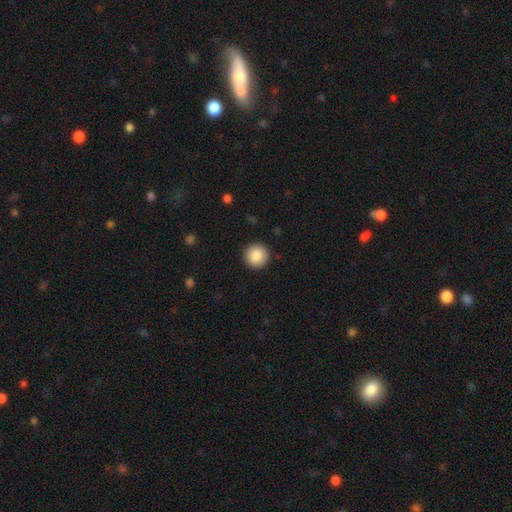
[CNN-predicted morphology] smooth 87%, star or artifact 8%, featured or disk 5%. Down the decision tree: how rounded — round (96%); merging — none (92%).